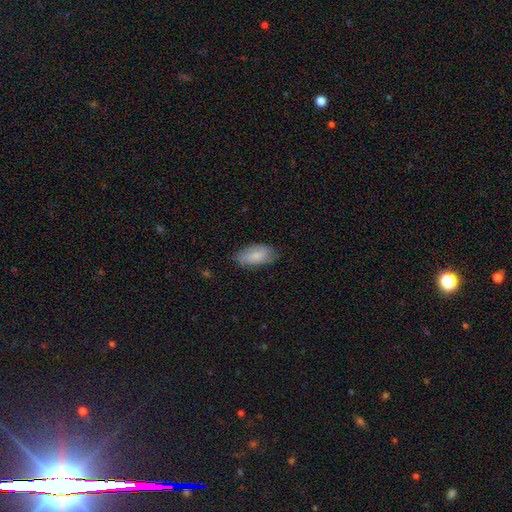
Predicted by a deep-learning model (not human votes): Smooth or featured? Predicted: smooth (p=0.78). How rounded? Predicted: in between (p=0.92). Merging? Predicted: none (p=0.77).